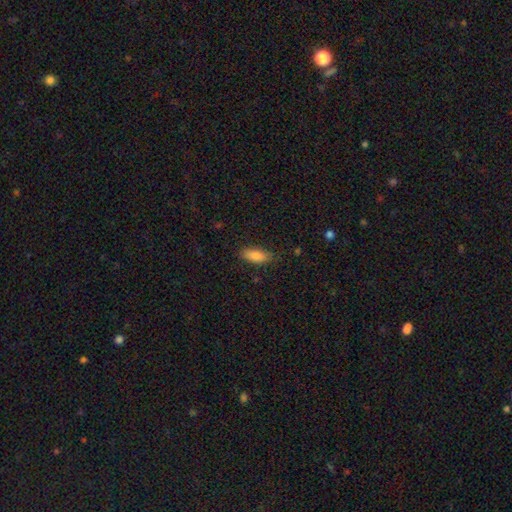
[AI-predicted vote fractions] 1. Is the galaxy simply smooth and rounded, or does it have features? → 84% smooth, 8% featured or disk, 7% star or artifact.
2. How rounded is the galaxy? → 72% in between, 26% cigar-shaped, 2% round.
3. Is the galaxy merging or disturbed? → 81% none, 15% minor disturbance, 3% major disturbance, 1% merger.